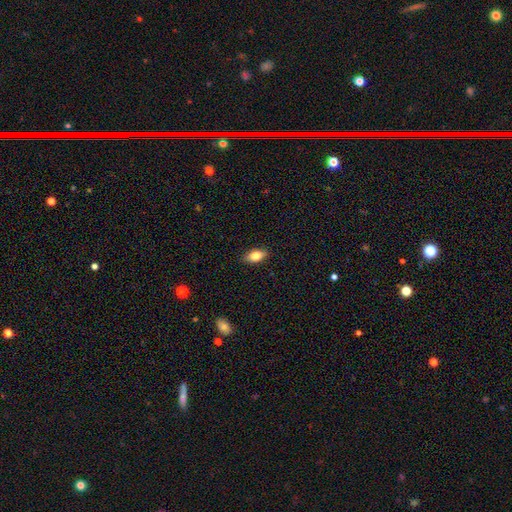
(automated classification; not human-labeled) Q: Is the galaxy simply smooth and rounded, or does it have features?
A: smooth — 81%.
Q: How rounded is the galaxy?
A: in between — 88%.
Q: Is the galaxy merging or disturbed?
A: none — 88%.